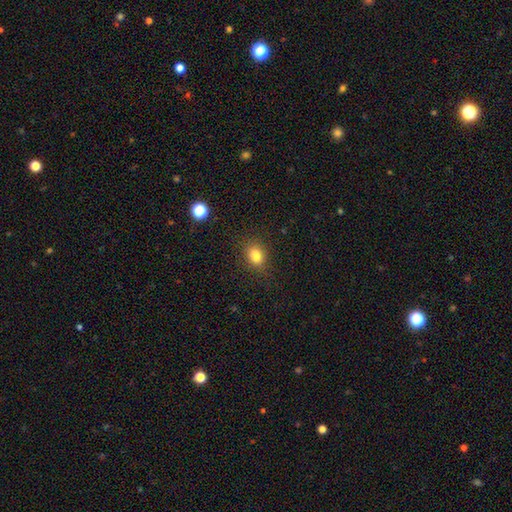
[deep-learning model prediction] Q: Smooth or featured?
A: smooth (82%); runner-up: star or artifact (12%)
Q: How rounded?
A: in between (72%); runner-up: round (26%)
Q: Merging?
A: none (80%); runner-up: minor disturbance (13%)